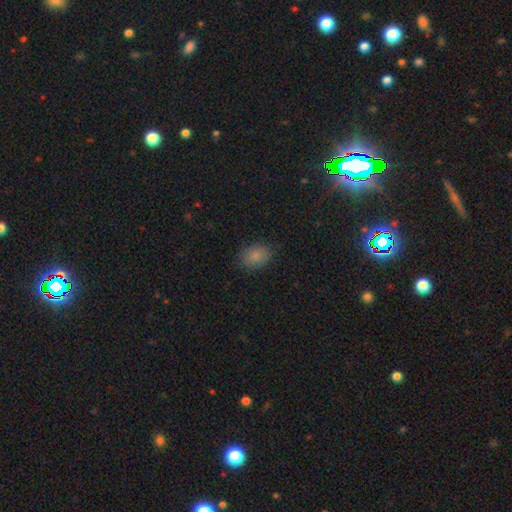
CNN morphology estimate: This is clearly a smooth galaxy (85%). How rounded: likely in between (70%). Merging: clearly none (83%).